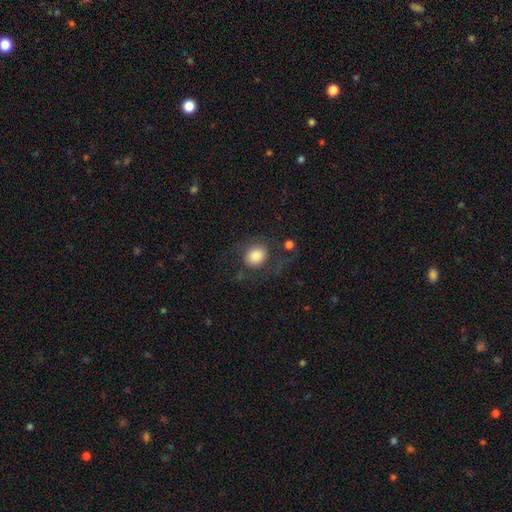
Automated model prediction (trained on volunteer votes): Morphology: type=smooth (74%); roundness=round (64%); merging=none (57%).